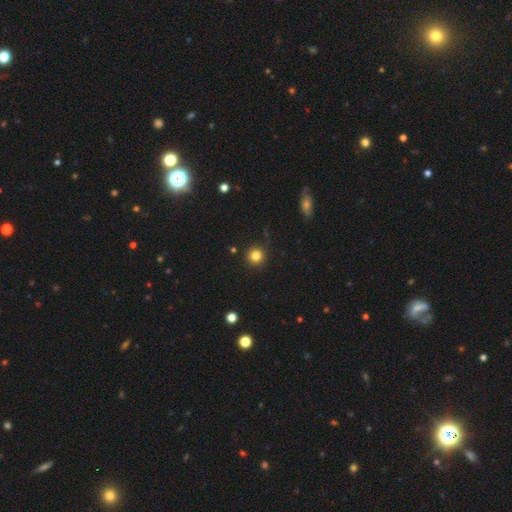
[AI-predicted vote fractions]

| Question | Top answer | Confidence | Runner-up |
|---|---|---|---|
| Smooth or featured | smooth | 81% | star or artifact (13%) |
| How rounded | round | 94% | in between (5%) |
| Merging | none | 86% | minor disturbance (9%) |